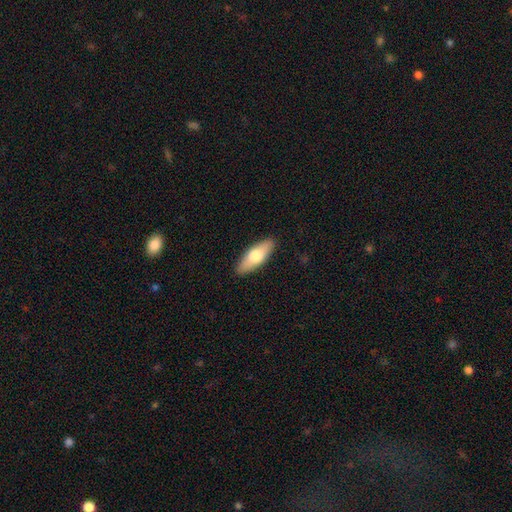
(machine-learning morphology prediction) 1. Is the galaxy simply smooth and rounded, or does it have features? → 67% smooth, 27% featured or disk, 5% star or artifact.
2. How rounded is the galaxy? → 67% in between, 30% cigar-shaped, 2% round.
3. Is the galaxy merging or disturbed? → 89% none, 8% minor disturbance, 2% major disturbance, 1% merger.